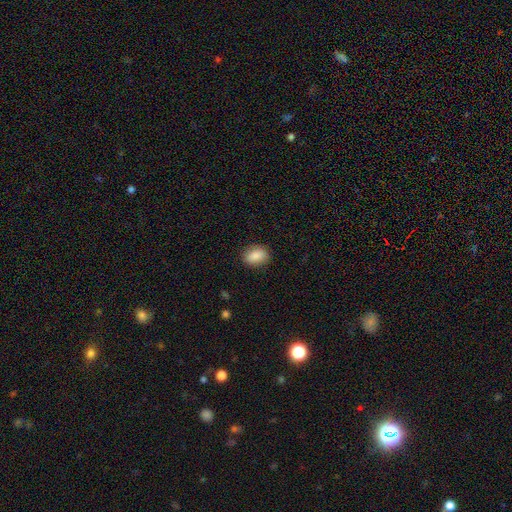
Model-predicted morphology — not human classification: Q: Smooth or featured?
A: smooth (87%); runner-up: star or artifact (7%)
Q: How rounded?
A: in between (73%); runner-up: round (26%)
Q: Merging?
A: none (86%); runner-up: minor disturbance (10%)